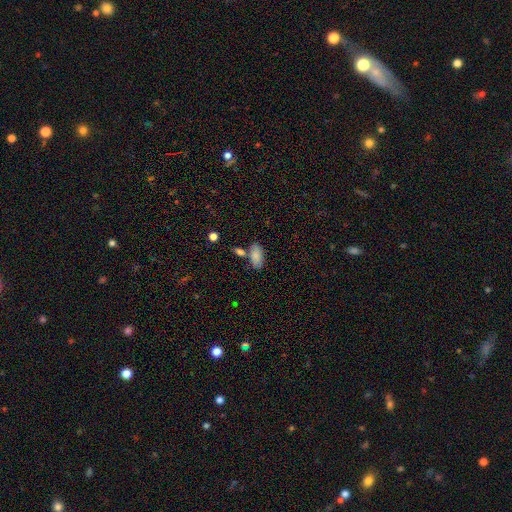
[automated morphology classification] smooth-or-featured: smooth: 85% | featured or disk: 8% | star or artifact: 7%
  how-rounded: in between: 92% | cigar-shaped: 6% | round: 3%
  merging: none: 62% | merger: 19% | minor disturbance: 15% | major disturbance: 4%